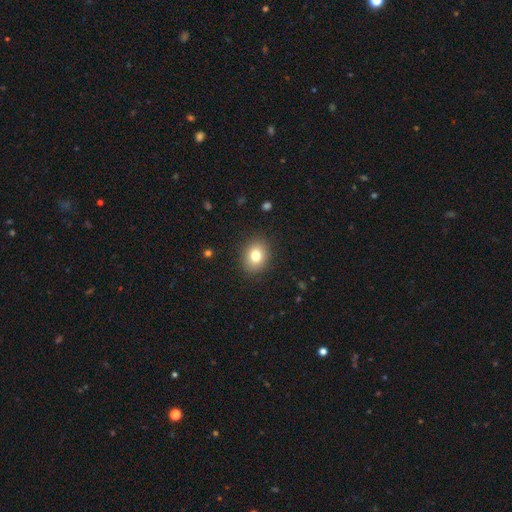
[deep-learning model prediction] A smooth galaxy with no disk features (79%) that is round (53%). Merging: none (89%).